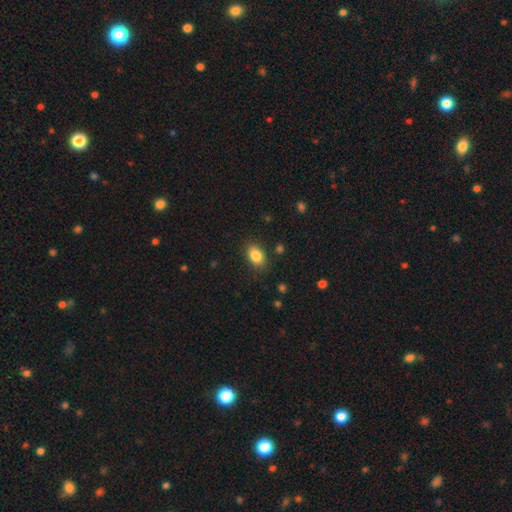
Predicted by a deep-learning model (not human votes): Morphology: type=smooth (86%); roundness=in between (84%); merging=none (86%).